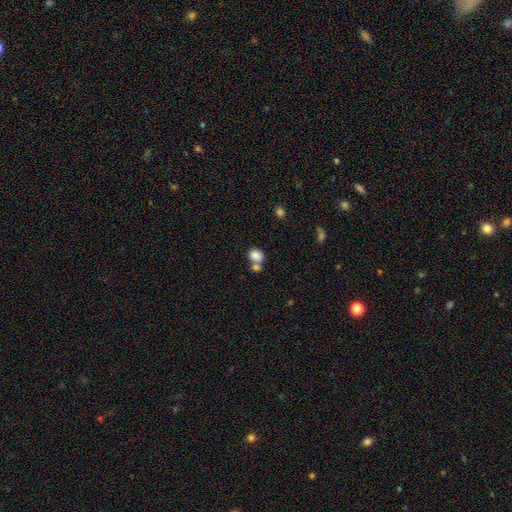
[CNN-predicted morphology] type=smooth (84%); roundness=round (56%); merging=merger (43%, tied with none).